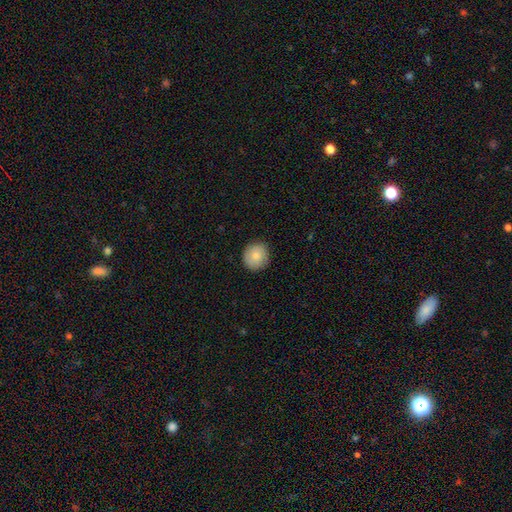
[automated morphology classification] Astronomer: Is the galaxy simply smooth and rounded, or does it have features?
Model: smooth — 82%.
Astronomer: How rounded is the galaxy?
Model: round — 92%.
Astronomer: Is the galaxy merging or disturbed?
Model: none — 87%.